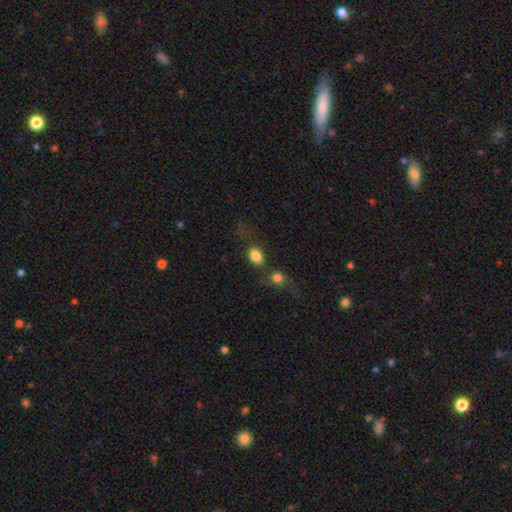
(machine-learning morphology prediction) The model was most divided on "merging": none: 46%, merger: 32%, minor disturbance: 12%, major disturbance: 10%. More confident: smooth or featured — smooth (82%); how rounded — in between (65%).